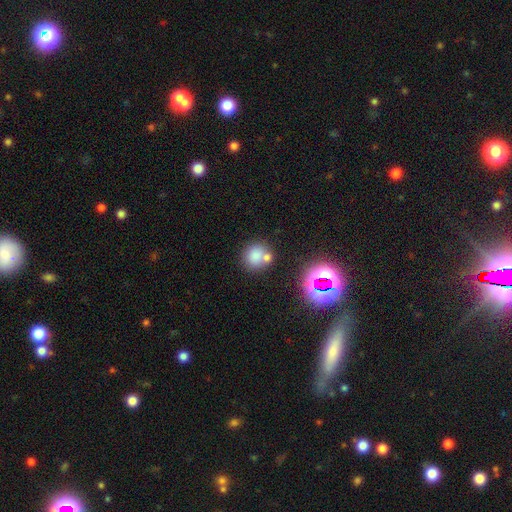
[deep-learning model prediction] Smooth or featured? smooth (75%)
How rounded? round (84%)
Merging? none (56%)